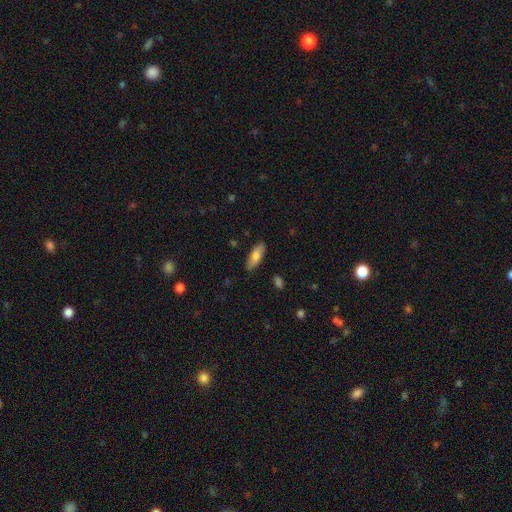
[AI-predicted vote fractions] Q: Smooth or featured?
A: smooth (77%); runner-up: featured or disk (17%)
Q: How rounded?
A: in between (73%); runner-up: cigar-shaped (25%)
Q: Merging?
A: none (86%); runner-up: minor disturbance (11%)